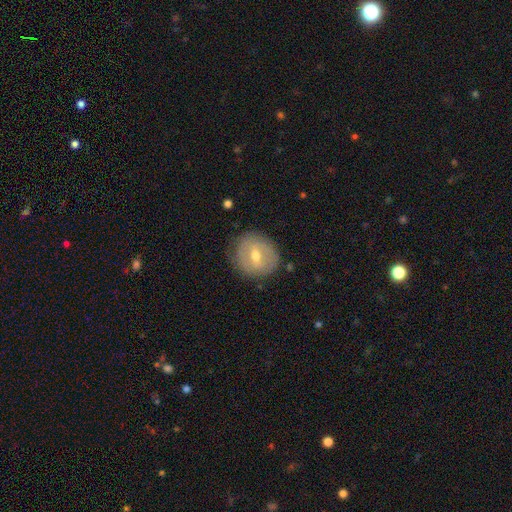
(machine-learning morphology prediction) A featured or disk galaxy (53%). Merging: none (80%).